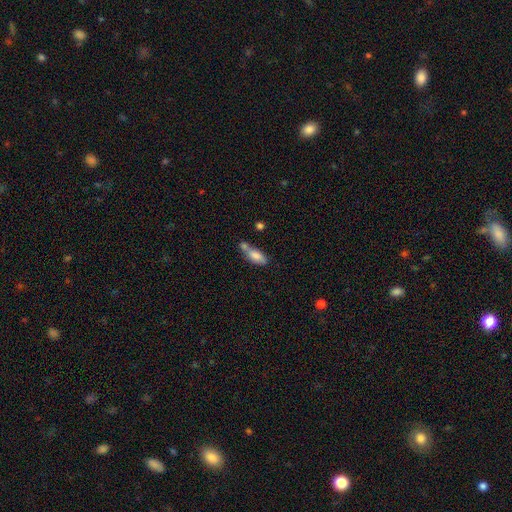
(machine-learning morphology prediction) The model was most divided on "merging": merger: 40%, none: 37%, minor disturbance: 17%, major disturbance: 6%. More confident: smooth or featured — smooth (79%); how rounded — in between (76%).